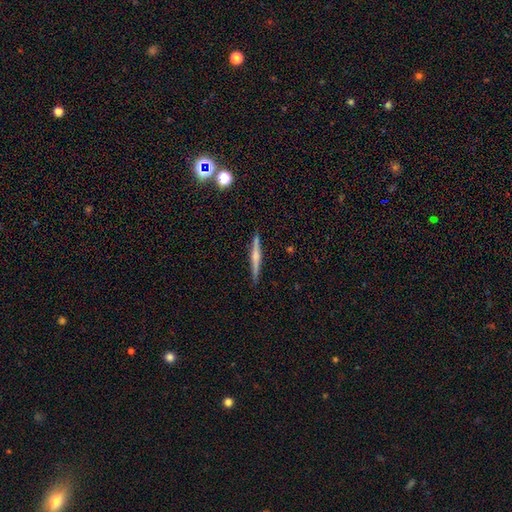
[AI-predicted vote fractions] Overall: featured or disk (61%; smooth 31%). Edge-on disk: yes (98%). Edge-on bulge: rounded (61%; none 26%). Merging: none (89%).